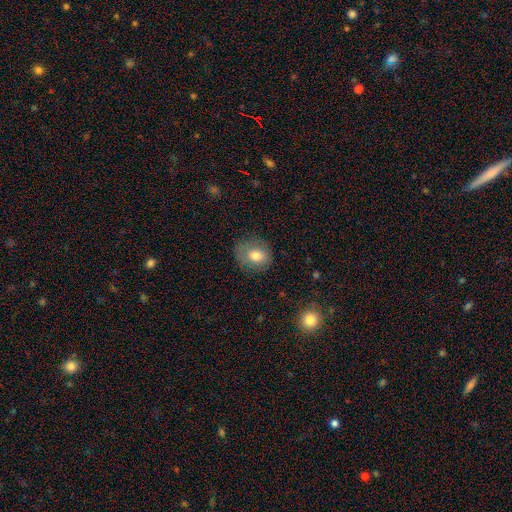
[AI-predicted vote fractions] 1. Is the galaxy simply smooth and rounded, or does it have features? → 75% smooth, 15% featured or disk, 9% star or artifact.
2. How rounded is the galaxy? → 67% round, 32% in between, 1% cigar-shaped.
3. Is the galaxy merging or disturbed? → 78% none, 15% minor disturbance, 5% major disturbance, 1% merger.